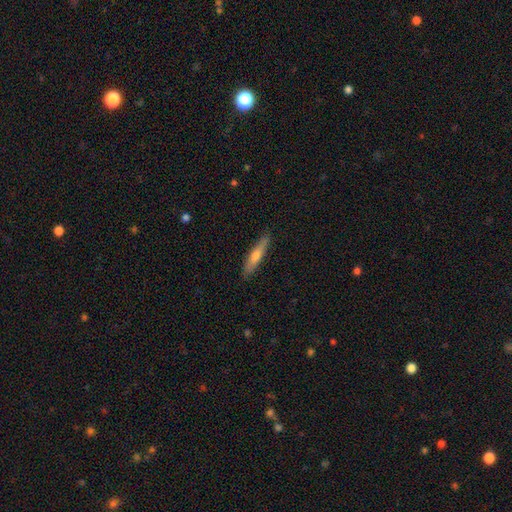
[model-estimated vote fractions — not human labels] A smooth galaxy with no disk features (55%) that is cigar-shaped (89%).

Vote fractions:
- Smooth or featured? smooth: 55% / featured or disk: 39% / star or artifact: 6%
- How rounded? cigar-shaped: 89% / in between: 9% / round: 2%
- Merging? none: 88% / minor disturbance: 9% / major disturbance: 2% / merger: 1%